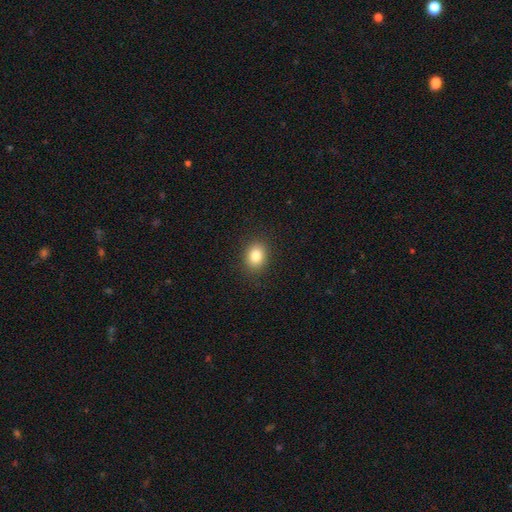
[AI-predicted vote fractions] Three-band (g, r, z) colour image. It shows a smooth galaxy with no disk features (83%) that is in between round and cigar-shaped (50%). Merging: none (89%).